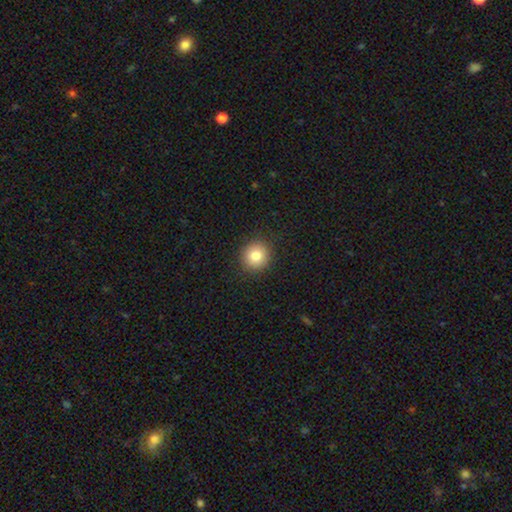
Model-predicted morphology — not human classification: Overall: smooth (81%). How rounded: round (91%). Merging: none (91%).